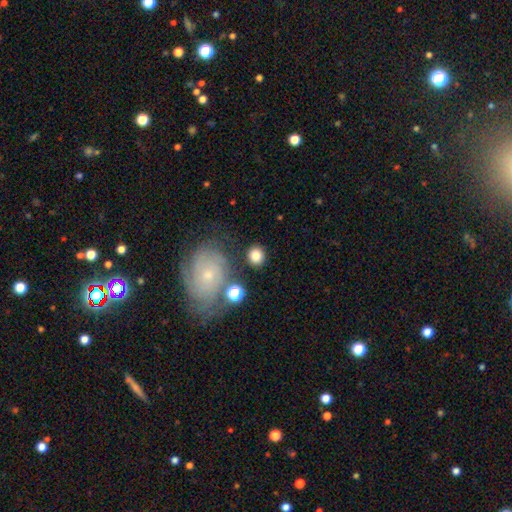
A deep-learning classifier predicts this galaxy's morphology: smooth 78%, featured or disk 12%, star or artifact 10%. Down the decision tree: how rounded — round (82%); merging — none (79%).